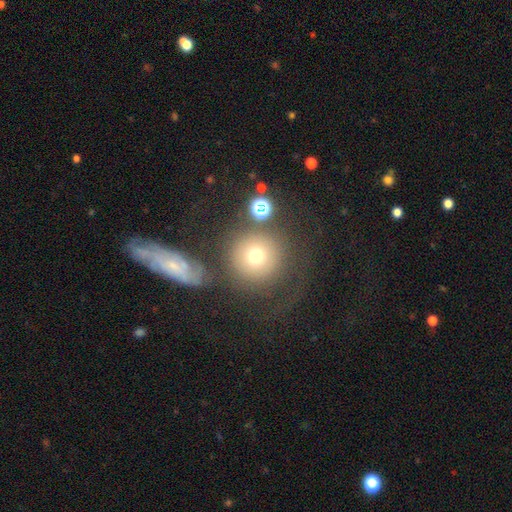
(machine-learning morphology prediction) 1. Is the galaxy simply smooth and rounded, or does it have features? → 68% smooth, 20% featured or disk, 13% star or artifact.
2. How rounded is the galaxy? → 93% round, 6% in between, 1% cigar-shaped.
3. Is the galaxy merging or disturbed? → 61% none, 15% major disturbance, 12% minor disturbance, 12% merger.